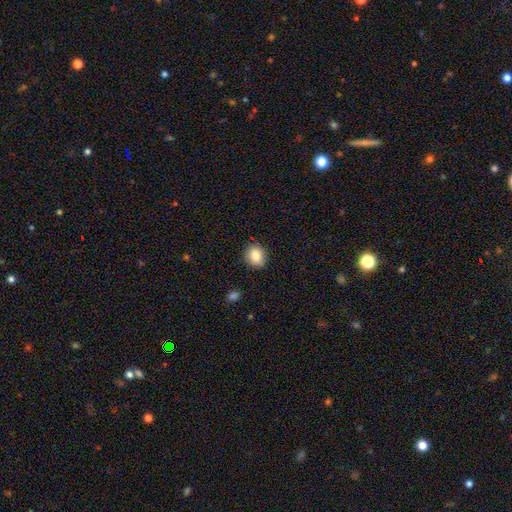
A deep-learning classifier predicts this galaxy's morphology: Smooth or featured?
  - smooth: 84% *
  - star or artifact: 9%
  - featured or disk: 7%
How rounded?
  - round: 71% *
  - in between: 28%
  - cigar-shaped: 1%
Merging?
  - none: 86% *
  - minor disturbance: 11%
  - major disturbance: 2%
  - merger: 1%